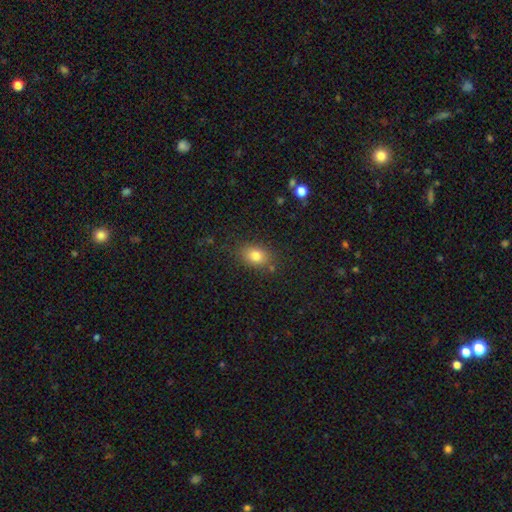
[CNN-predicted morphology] This is likely a smooth galaxy (80%). How rounded: likely in between (73%). Merging: clearly none (81%).